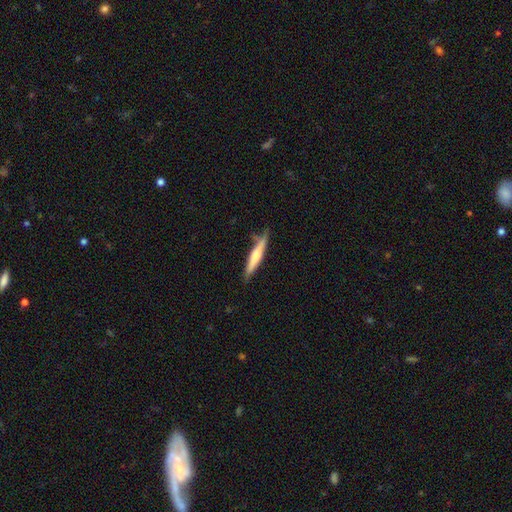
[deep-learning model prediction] This appears to be a smooth galaxy with no disk features (53%) that is cigar-shaped (92%). Merging: none (74%).